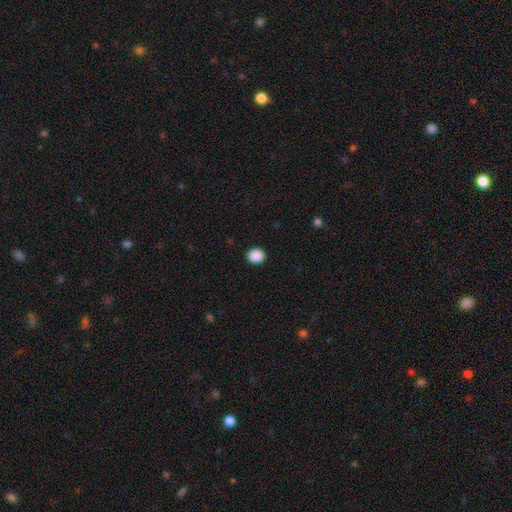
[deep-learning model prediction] A smooth galaxy with no disk features (89%) that is round (74%).

Vote fractions:
- Smooth or featured? smooth: 89% / star or artifact: 9% / featured or disk: 2%
- How rounded? round: 74% / in between: 25% / cigar-shaped: 1%
- Merging? none: 92% / minor disturbance: 6% / major disturbance: 2% / merger: 1%